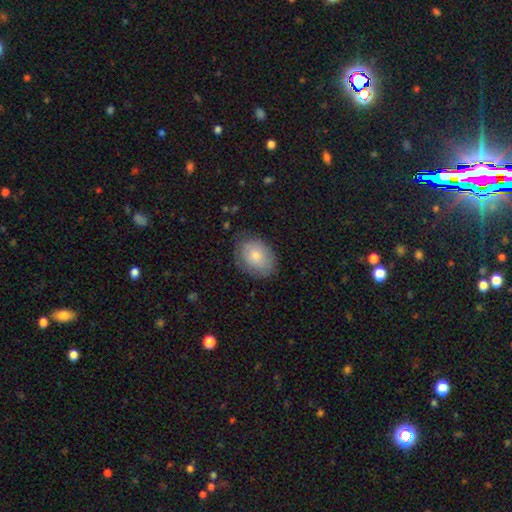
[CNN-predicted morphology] The model was most divided on "how rounded": in between: 69%, round: 30%, cigar-shaped: 1%. More confident: smooth or featured — smooth (73%); merging — none (71%).